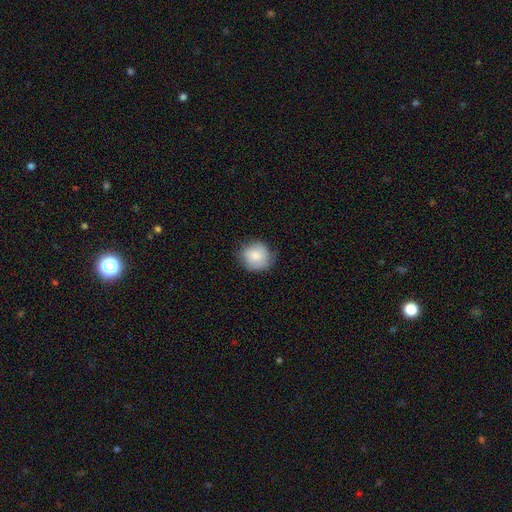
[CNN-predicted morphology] A smooth galaxy with no disk features (81%) that is round (84%).

Vote fractions:
- Smooth or featured? smooth: 81% / featured or disk: 12% / star or artifact: 7%
- How rounded? round: 84% / in between: 15% / cigar-shaped: 1%
- Merging? none: 73% / minor disturbance: 21% / major disturbance: 4% / merger: 1%